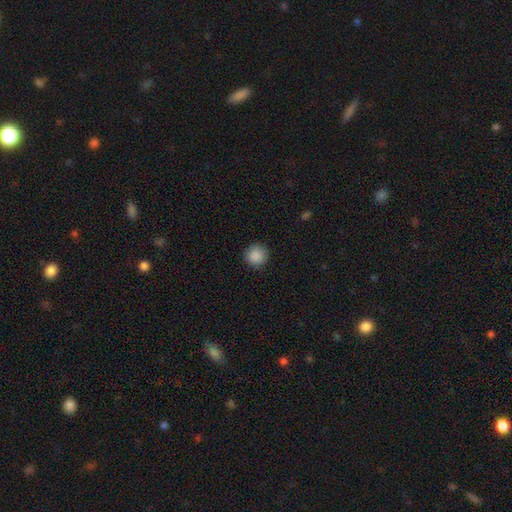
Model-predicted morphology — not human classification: smooth-or-featured: smooth: 89% | star or artifact: 9% | featured or disk: 3%
  how-rounded: round: 94% | in between: 5% | cigar-shaped: 1%
  merging: none: 91% | minor disturbance: 6% | major disturbance: 2% | merger: 1%